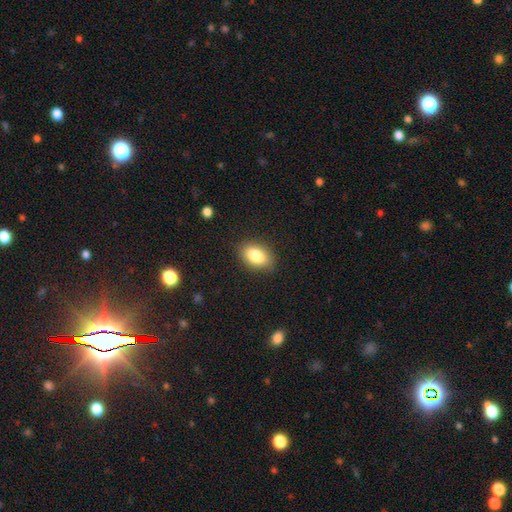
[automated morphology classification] Overall: smooth (85%). How rounded: in between (90%). Merging: none (86%).